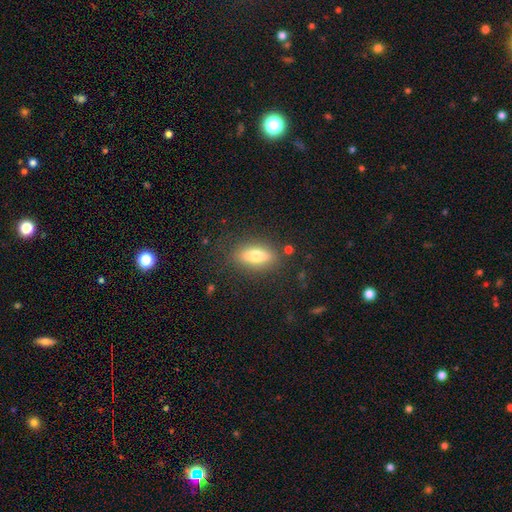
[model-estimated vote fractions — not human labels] The model was most divided on "smooth or featured": smooth: 65%, featured or disk: 27%, star or artifact: 8%. More confident: merging — none (83%); how rounded — in between (70%).